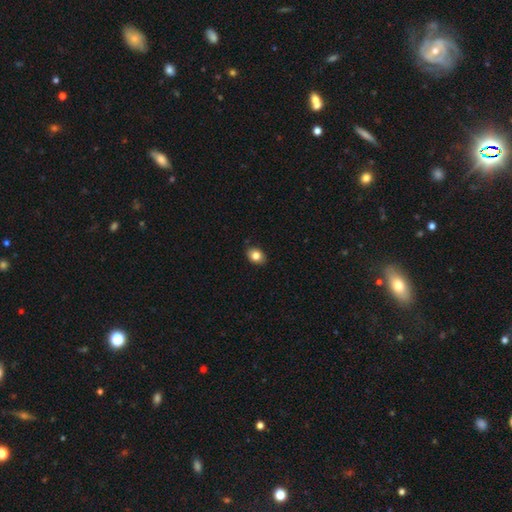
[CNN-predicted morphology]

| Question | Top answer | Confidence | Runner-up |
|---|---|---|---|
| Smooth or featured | smooth | 83% | star or artifact (9%) |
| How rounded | in between | 66% | round (33%) |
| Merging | none | 88% | minor disturbance (9%) |